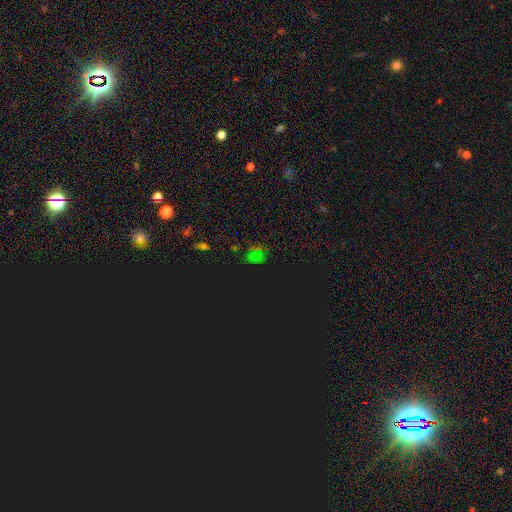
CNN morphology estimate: smooth_or_featured: star or artifact (p=0.67) [alt: smooth p=0.26]